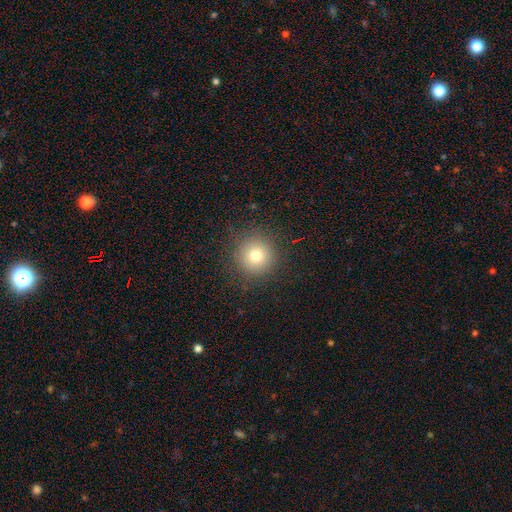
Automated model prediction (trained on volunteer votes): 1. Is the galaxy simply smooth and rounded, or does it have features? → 77% smooth, 14% star or artifact, 9% featured or disk.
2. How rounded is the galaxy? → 94% round, 5% in between, 1% cigar-shaped.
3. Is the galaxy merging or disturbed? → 88% none, 8% minor disturbance, 3% major disturbance, 1% merger.